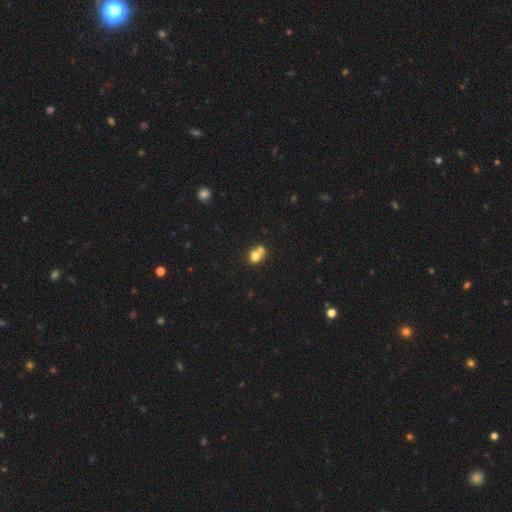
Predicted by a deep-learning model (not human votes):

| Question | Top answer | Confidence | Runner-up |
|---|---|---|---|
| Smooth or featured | smooth | 72% | featured or disk (17%) |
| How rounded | round | 58% | in between (41%) |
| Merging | merger | 54% | none (33%) |